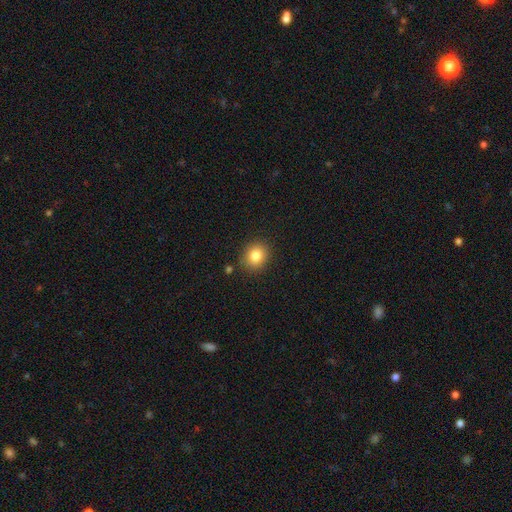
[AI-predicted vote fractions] smooth_or_featured: smooth (p=0.83) [alt: star or artifact p=0.11]
how_rounded: round (p=0.77) [alt: in between p=0.22]
merging: none (p=0.87) [alt: minor disturbance p=0.08]